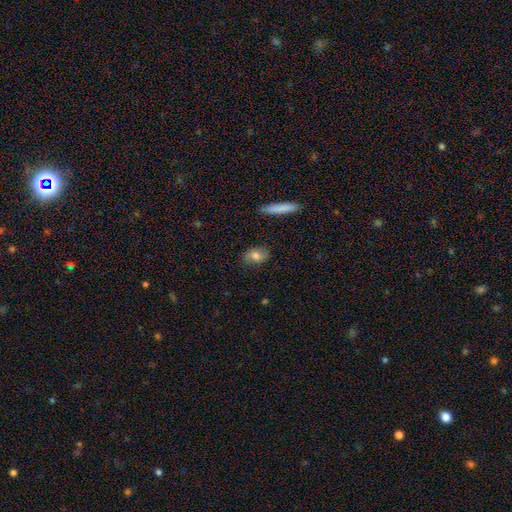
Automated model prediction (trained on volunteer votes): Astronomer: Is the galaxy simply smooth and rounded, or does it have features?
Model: smooth — 76%.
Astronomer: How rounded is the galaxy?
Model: in between — 79%.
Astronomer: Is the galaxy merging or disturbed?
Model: none — 81%.